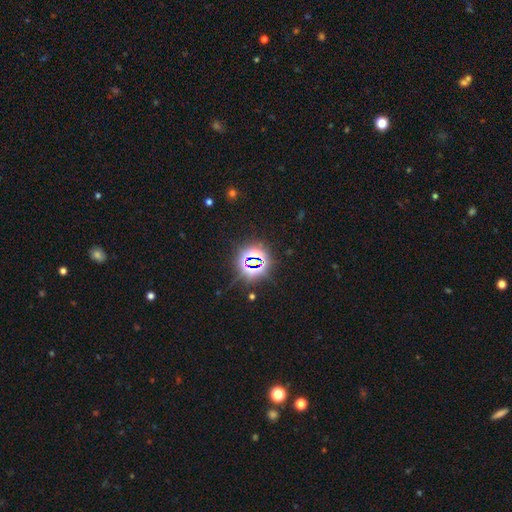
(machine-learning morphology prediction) Smooth or featured? star or artifact (77%)